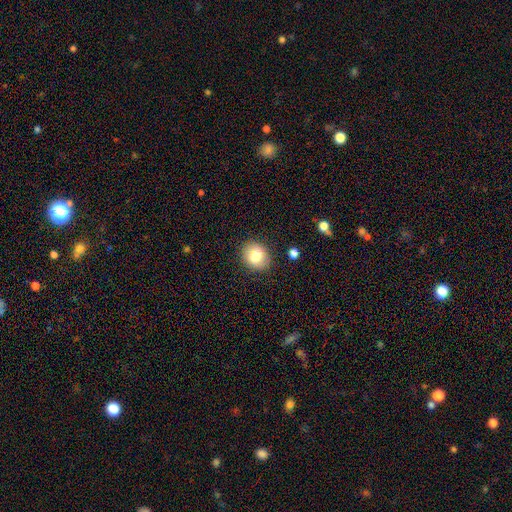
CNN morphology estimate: Smooth or featured: smooth — 79% (featured or disk — 11%)
How rounded: round — 75% (in between — 24%)
Merging: none — 88% (minor disturbance — 8%)